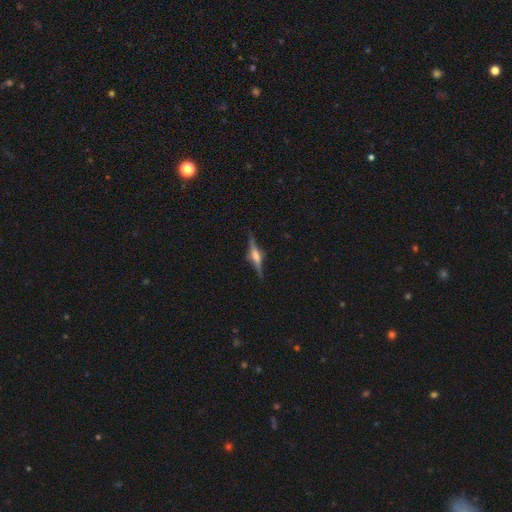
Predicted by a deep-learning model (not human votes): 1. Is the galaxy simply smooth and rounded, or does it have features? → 77% featured or disk, 16% smooth, 7% star or artifact.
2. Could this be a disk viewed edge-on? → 97% yes, 3% no.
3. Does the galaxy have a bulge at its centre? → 74% rounded, 22% boxy, 4% none.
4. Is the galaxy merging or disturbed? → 85% none, 11% minor disturbance, 3% major disturbance, 1% merger.